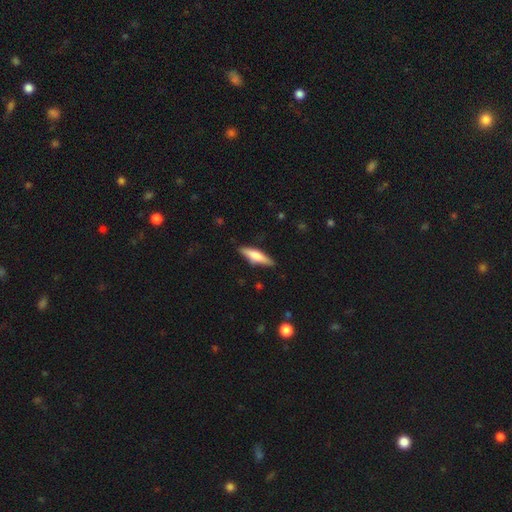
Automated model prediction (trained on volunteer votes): smooth 59%, featured or disk 35%, star or artifact 6%. Down the decision tree: how rounded — cigar-shaped (74%); merging — none (86%).